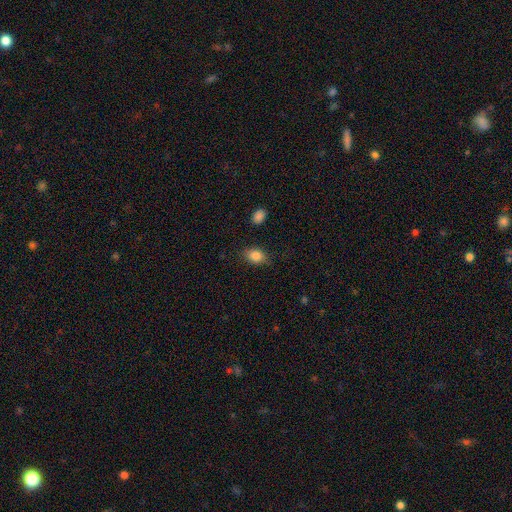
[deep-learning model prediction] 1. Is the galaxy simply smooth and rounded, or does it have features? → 85% smooth, 9% star or artifact, 6% featured or disk.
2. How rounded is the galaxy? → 68% in between, 31% round, 1% cigar-shaped.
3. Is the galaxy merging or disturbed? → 80% none, 14% minor disturbance, 4% major disturbance, 2% merger.